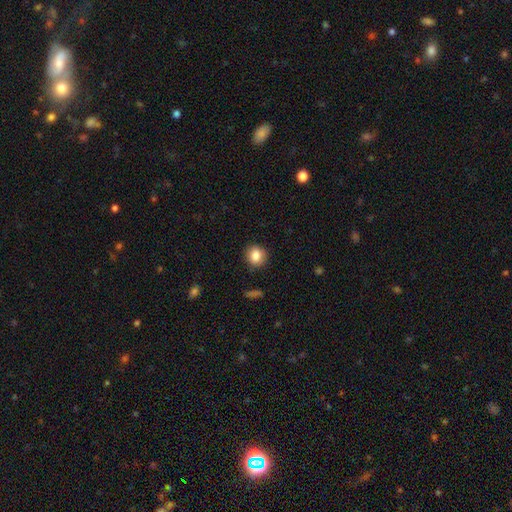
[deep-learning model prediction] smooth_or_featured: smooth (p=0.85) [alt: star or artifact p=0.09]
how_rounded: round (p=0.82) [alt: in between p=0.17]
merging: none (p=0.89) [alt: minor disturbance p=0.08]